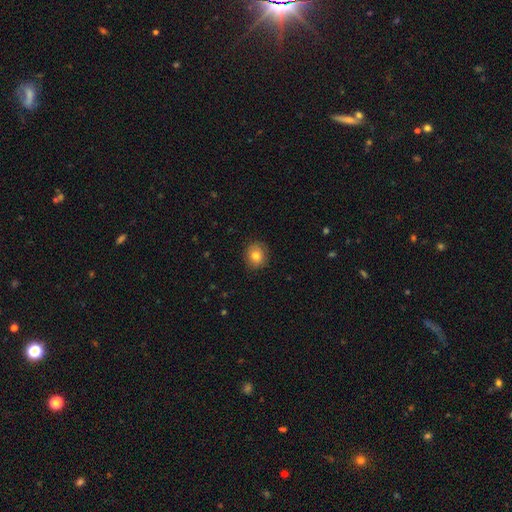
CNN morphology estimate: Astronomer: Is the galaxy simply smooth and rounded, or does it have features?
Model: smooth — 81%.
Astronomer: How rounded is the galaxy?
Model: round — 76%.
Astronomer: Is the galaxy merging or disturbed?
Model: none — 88%.